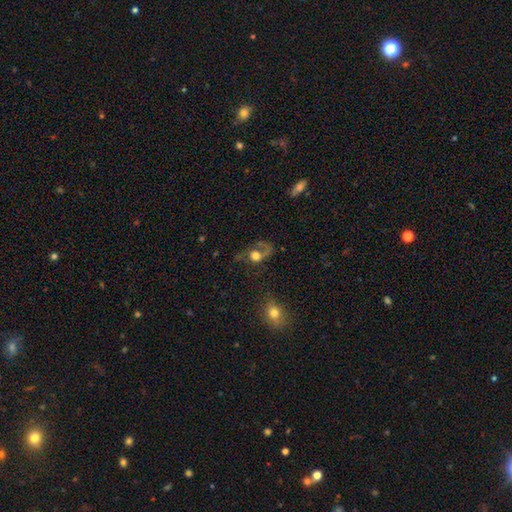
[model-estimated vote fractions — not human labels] featured or disk 47%, smooth 41%, star or artifact 12%. Down the decision tree: merging — major disturbance (41%).